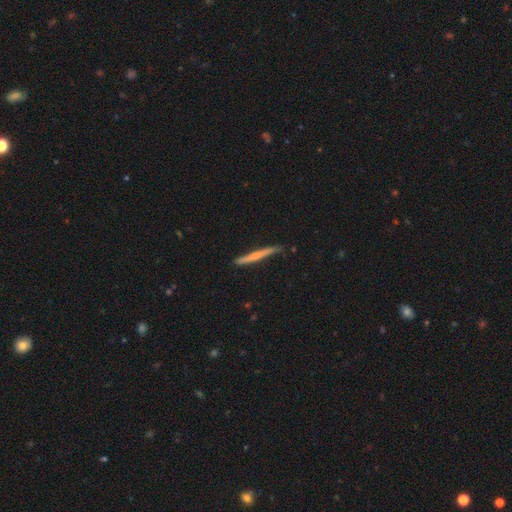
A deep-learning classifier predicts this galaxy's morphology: Q: Smooth or featured?
A: smooth (51%); runner-up: featured or disk (44%)
Q: How rounded?
A: cigar-shaped (96%); runner-up: in between (2%)
Q: Merging?
A: none (81%); runner-up: minor disturbance (15%)